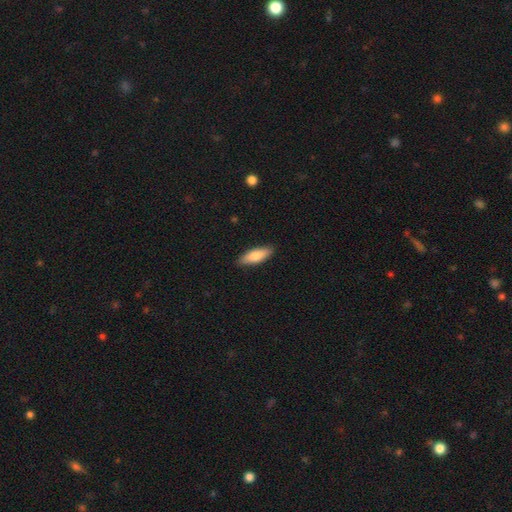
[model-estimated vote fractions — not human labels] This is clearly a smooth galaxy (81%). How rounded: likely in between (63%). Merging: clearly none (87%).